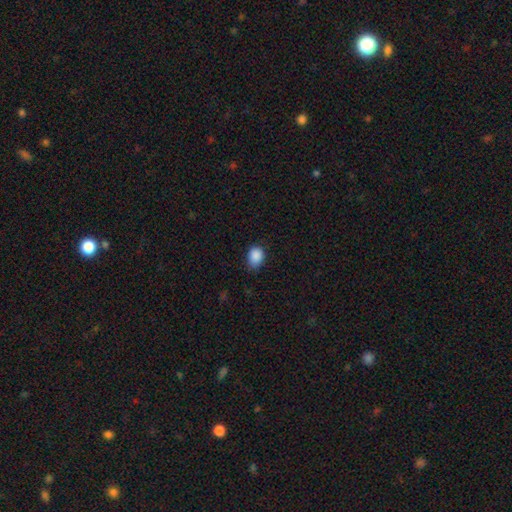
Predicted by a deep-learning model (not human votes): A smooth galaxy with no disk features (88%) that is in between round and cigar-shaped (67%).

Vote fractions:
- Smooth or featured? smooth: 88% / star or artifact: 9% / featured or disk: 3%
- How rounded? in between: 67% / round: 32% / cigar-shaped: 1%
- Merging? none: 71% / minor disturbance: 24% / major disturbance: 4% / merger: 1%